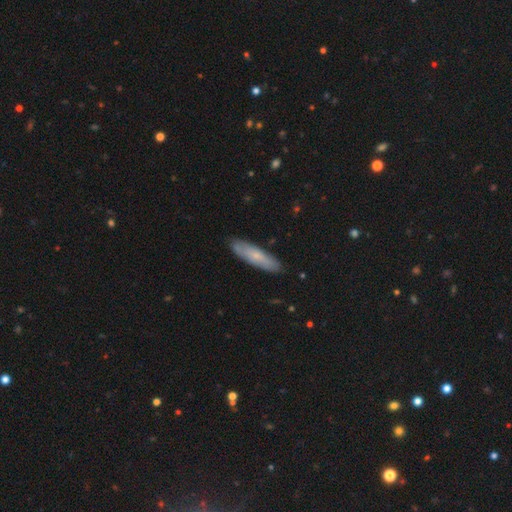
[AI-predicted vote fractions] This is likely a smooth galaxy (64%). How rounded: likely cigar-shaped (74%). Merging: clearly none (87%).